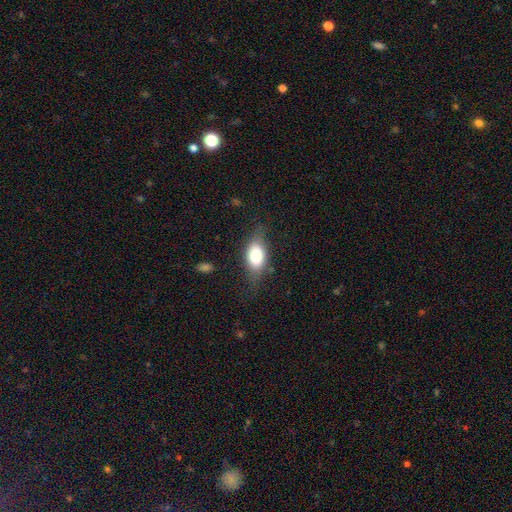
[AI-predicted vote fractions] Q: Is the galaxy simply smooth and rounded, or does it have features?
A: smooth — 72%.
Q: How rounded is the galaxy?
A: in between — 85%.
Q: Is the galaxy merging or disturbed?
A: none — 65%.